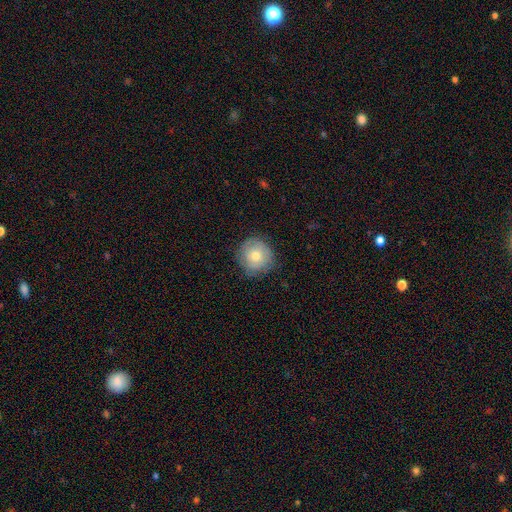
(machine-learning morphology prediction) Overall: smooth (64%; featured or disk 27%). How rounded: round (93%). Merging: none (81%).